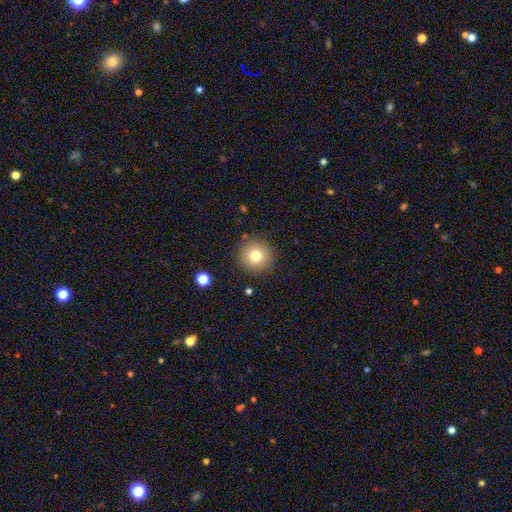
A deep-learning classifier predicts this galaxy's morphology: smooth 77%, featured or disk 12%, star or artifact 12%. Down the decision tree: how rounded — round (94%); merging — none (88%).